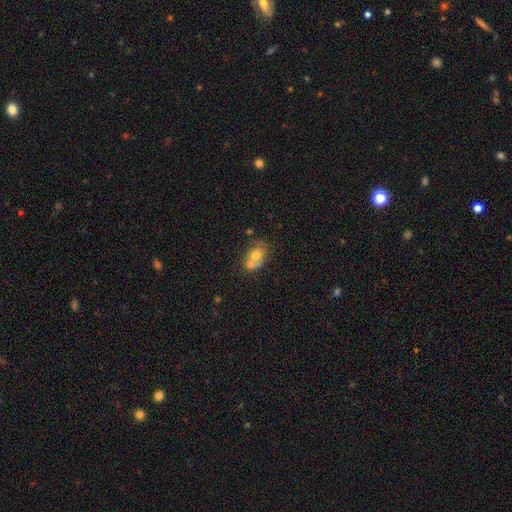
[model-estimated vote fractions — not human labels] Q: Smooth or featured?
A: smooth (61%); runner-up: featured or disk (28%)
Q: How rounded?
A: in between (55%); runner-up: round (44%)
Q: Merging?
A: merger (50%); runner-up: none (33%)